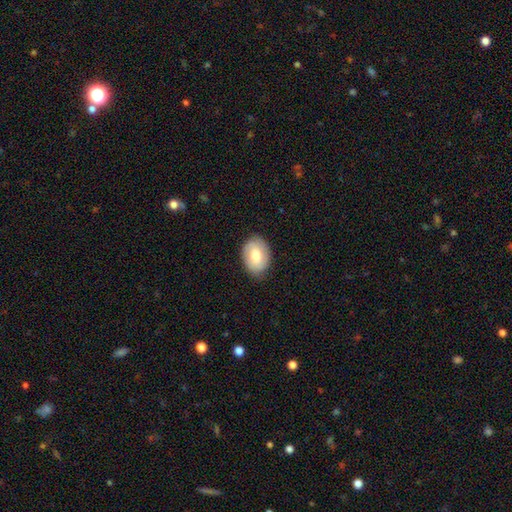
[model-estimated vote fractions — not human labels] A smooth galaxy with no disk features (64%) that is in between round and cigar-shaped (77%).

Vote fractions:
- Smooth or featured? smooth: 64% / featured or disk: 29% / star or artifact: 6%
- How rounded? in between: 77% / round: 22% / cigar-shaped: 1%
- Merging? none: 80% / minor disturbance: 16% / major disturbance: 3% / merger: 1%